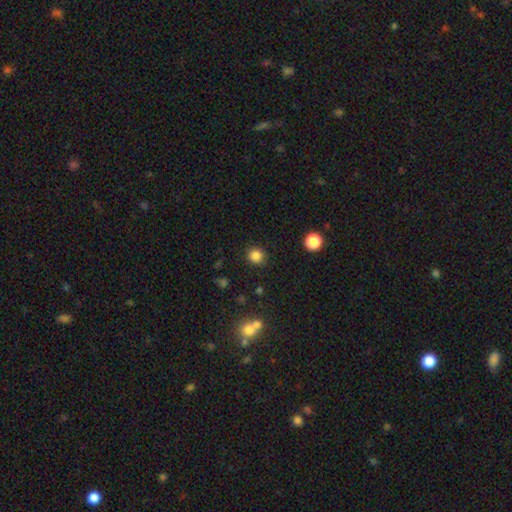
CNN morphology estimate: Smooth or featured? Predicted: smooth (p=0.84). How rounded? Predicted: round (p=0.88). Merging? Predicted: none (p=0.88).